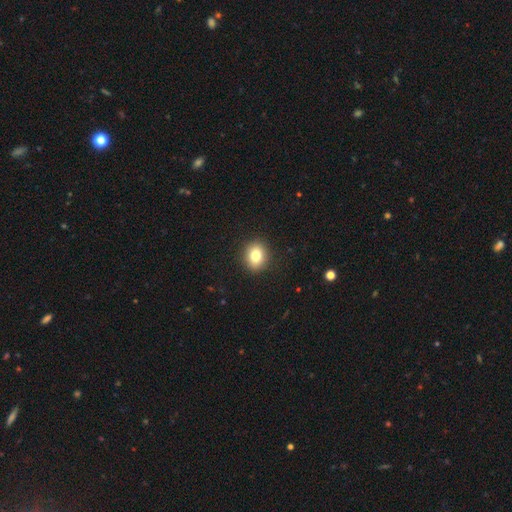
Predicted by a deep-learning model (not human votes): Q: Smooth or featured?
A: smooth (81%); runner-up: star or artifact (10%)
Q: How rounded?
A: round (63%); runner-up: in between (36%)
Q: Merging?
A: none (91%); runner-up: minor disturbance (6%)